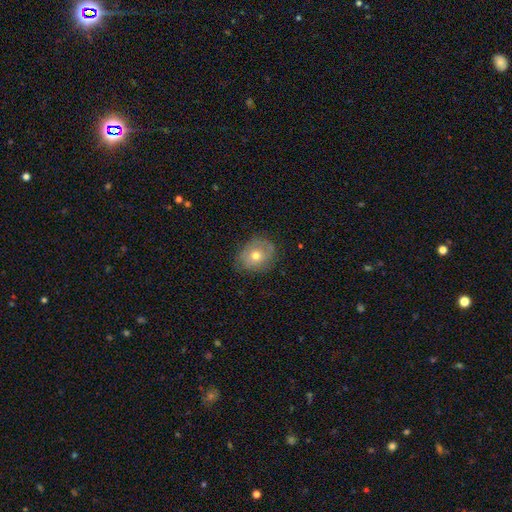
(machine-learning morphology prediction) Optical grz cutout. It shows a smooth galaxy with no disk features (59%) that is round (54%). Merging: none (72%).